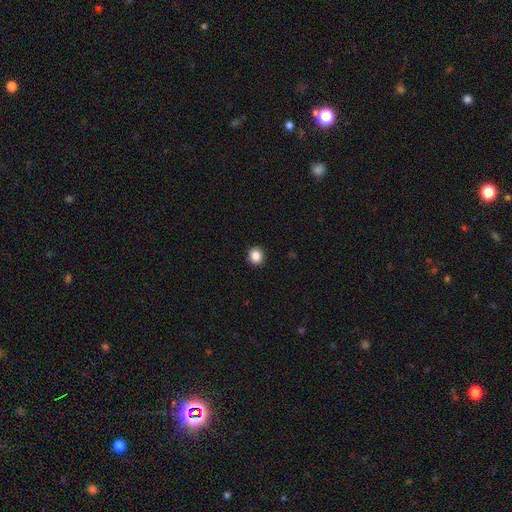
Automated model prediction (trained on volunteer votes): Overall: smooth (88%). How rounded: round (87%). Merging: none (92%).